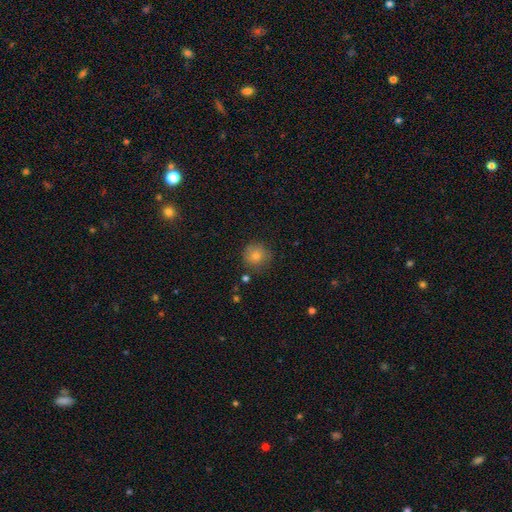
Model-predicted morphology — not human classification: smooth_or_featured: smooth (p=0.79) [alt: star or artifact p=0.11]
how_rounded: round (p=0.93) [alt: in between p=0.06]
merging: none (p=0.81) [alt: minor disturbance p=0.13]